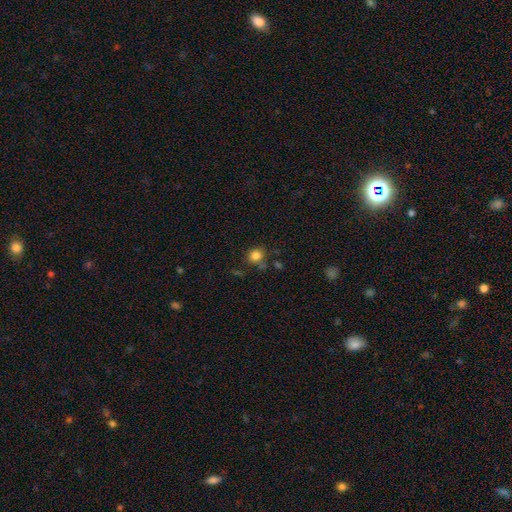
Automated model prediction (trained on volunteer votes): smooth 82%, star or artifact 12%, featured or disk 5%. Down the decision tree: how rounded — round (83%); merging — none (71%).